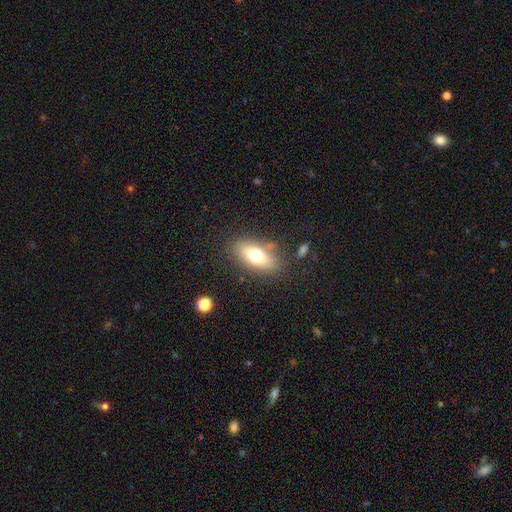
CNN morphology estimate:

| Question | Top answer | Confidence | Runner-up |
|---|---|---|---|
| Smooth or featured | smooth | 68% | featured or disk (22%) |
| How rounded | in between | 82% | cigar-shaped (11%) |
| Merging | none | 79% | minor disturbance (13%) |